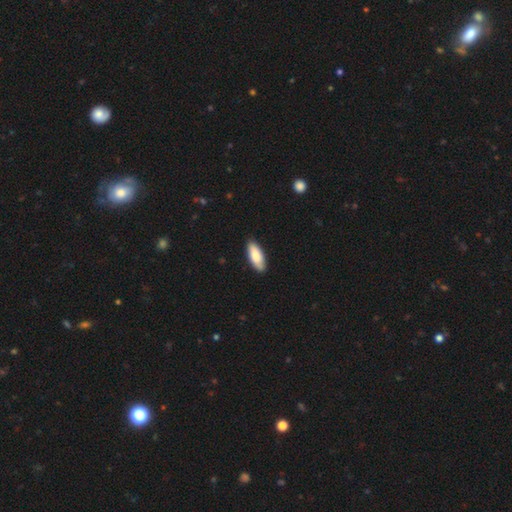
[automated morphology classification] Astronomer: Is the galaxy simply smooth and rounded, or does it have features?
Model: smooth — 83%.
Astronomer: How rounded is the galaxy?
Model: in between — 78%.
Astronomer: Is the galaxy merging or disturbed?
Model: none — 88%.